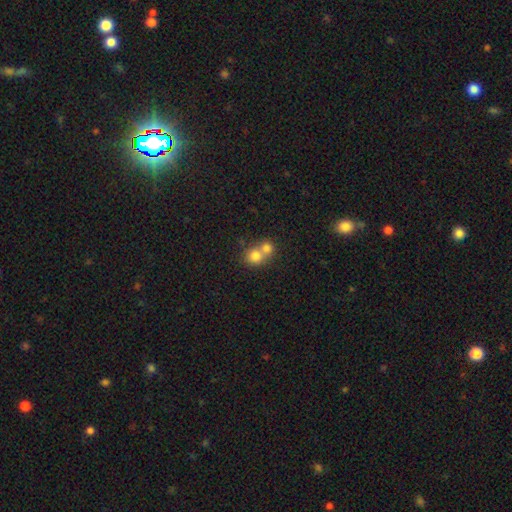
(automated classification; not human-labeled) smooth_or_featured: smooth (p=0.77) [alt: featured or disk p=0.12]
how_rounded: round (p=0.79) [alt: in between p=0.20]
merging: merger (p=0.63) [alt: none p=0.30]